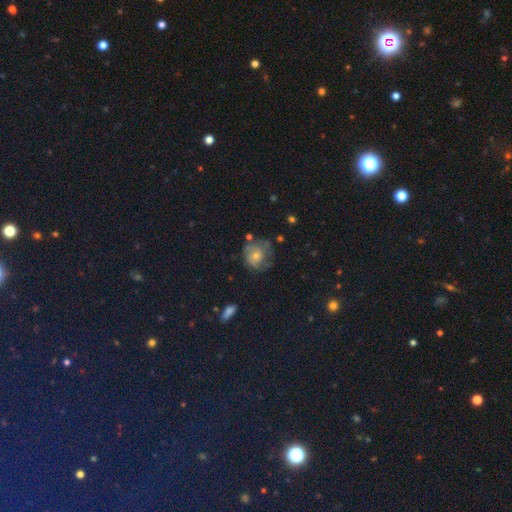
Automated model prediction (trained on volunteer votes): smooth_or_featured: featured or disk (p=0.48) [alt: smooth p=0.33]
merging: none (p=0.61) [alt: minor disturbance p=0.23]